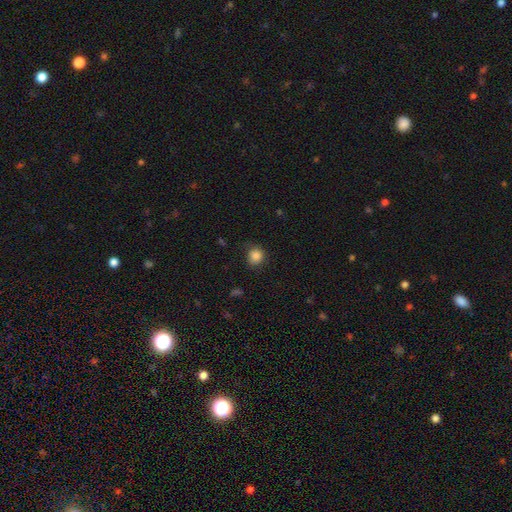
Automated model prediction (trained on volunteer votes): smooth 85%, star or artifact 10%, featured or disk 5%. Down the decision tree: how rounded — round (82%); merging — none (74%).